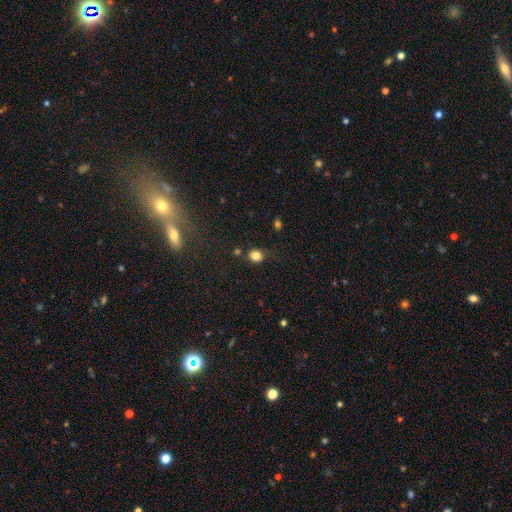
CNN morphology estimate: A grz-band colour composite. It shows a smooth galaxy with no disk features (82%) that is round (66%). Merging: none (72%).